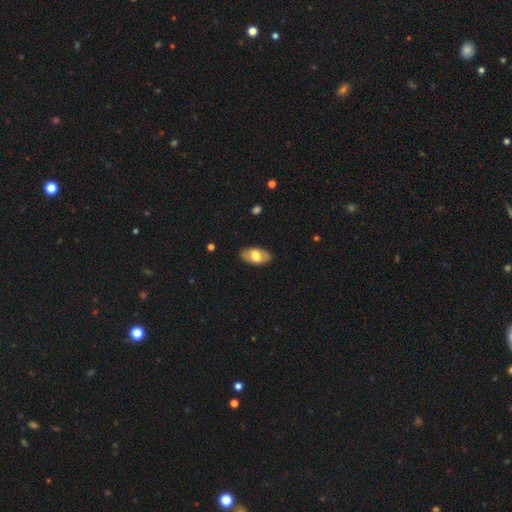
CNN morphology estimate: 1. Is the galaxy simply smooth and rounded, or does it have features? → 64% smooth, 30% featured or disk, 6% star or artifact.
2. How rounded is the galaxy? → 94% in between, 4% round, 2% cigar-shaped.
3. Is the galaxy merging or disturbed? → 86% none, 11% minor disturbance, 2% major disturbance, 1% merger.